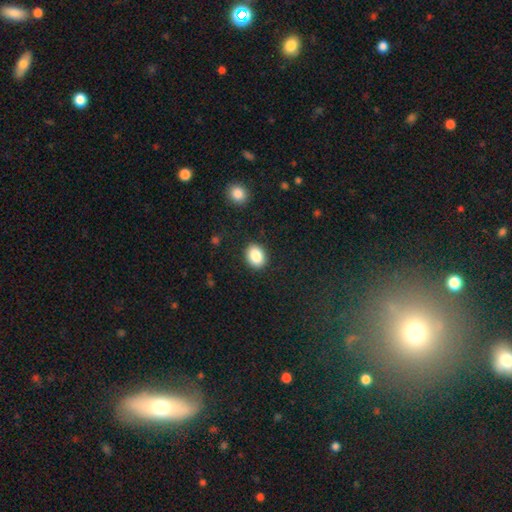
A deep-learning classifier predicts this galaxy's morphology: The model was most divided on "how rounded": in between: 59%, round: 40%, cigar-shaped: 1%. More confident: merging — none (89%); smooth or featured — smooth (87%).